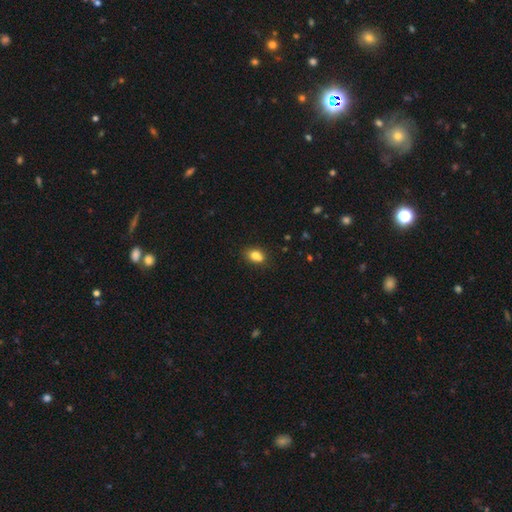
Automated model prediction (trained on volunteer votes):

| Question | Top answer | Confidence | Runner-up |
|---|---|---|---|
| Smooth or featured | smooth | 79% | featured or disk (11%) |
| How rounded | in between | 73% | round (25%) |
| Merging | none | 64% | minor disturbance (18%) |